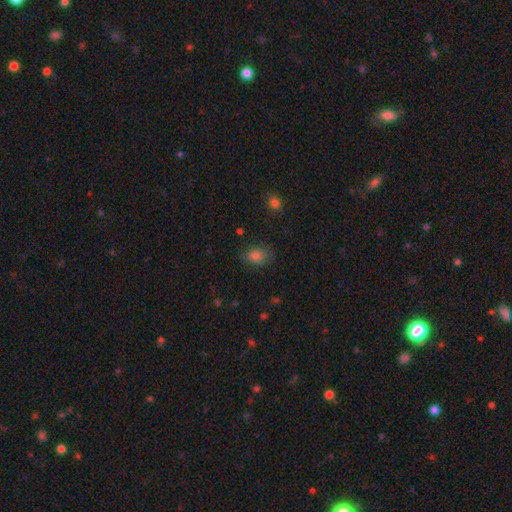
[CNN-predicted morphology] A smooth galaxy with no disk features (81%) that is in between round and cigar-shaped (64%). Merging: none (75%).